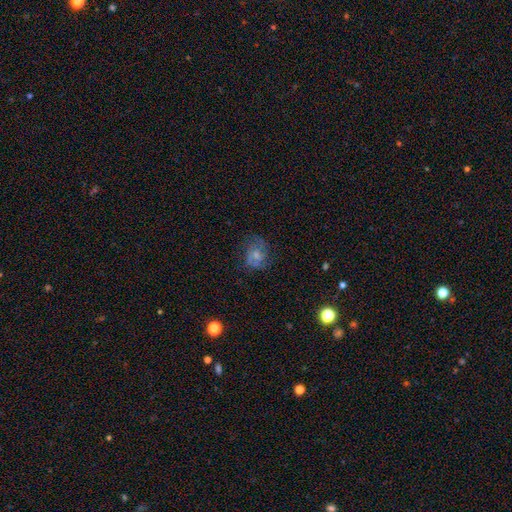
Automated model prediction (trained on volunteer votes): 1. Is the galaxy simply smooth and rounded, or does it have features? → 49% featured or disk, 41% smooth, 11% star or artifact.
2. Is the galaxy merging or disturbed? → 59% none, 23% minor disturbance, 16% major disturbance, 2% merger.